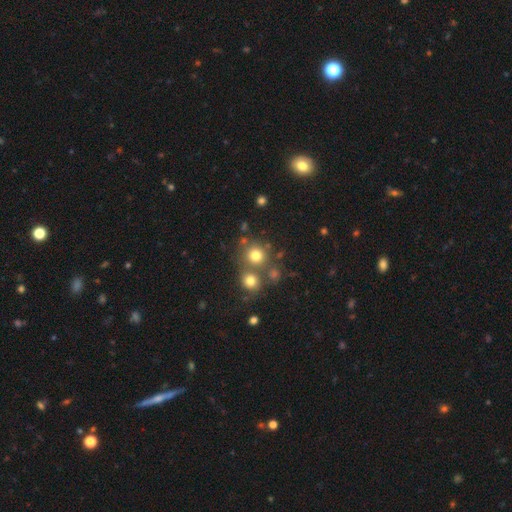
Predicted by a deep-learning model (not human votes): Q: Smooth or featured?
A: smooth (75%); runner-up: star or artifact (16%)
Q: How rounded?
A: round (89%); runner-up: in between (10%)
Q: Merging?
A: none (61%); runner-up: merger (27%)